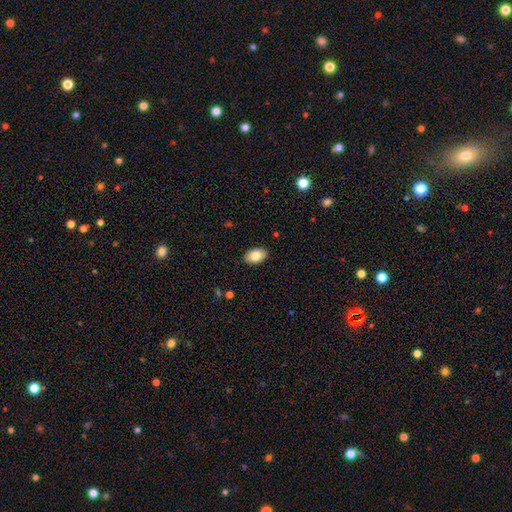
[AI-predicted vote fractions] This appears to be a smooth galaxy with no disk features (82%) that is in between round and cigar-shaped (90%). Merging: none (88%).